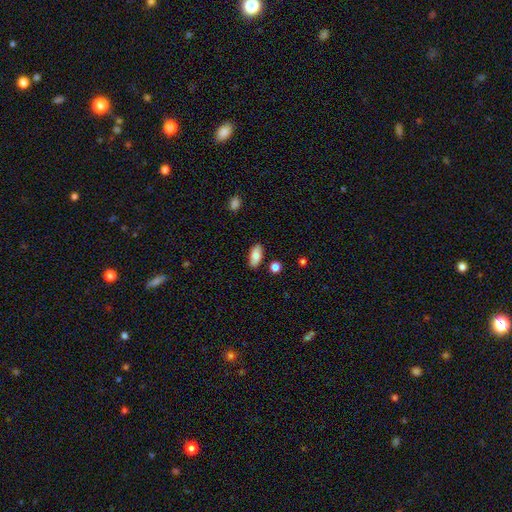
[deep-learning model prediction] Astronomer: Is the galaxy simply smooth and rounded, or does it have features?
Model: smooth — 82%.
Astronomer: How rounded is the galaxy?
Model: in between — 89%.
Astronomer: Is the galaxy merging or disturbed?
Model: none — 84%.